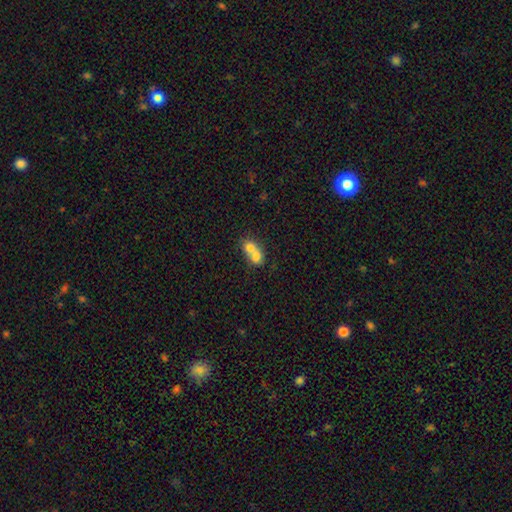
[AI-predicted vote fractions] This is likely a smooth galaxy (70%). How rounded: possibly round (56%). Merging: likely merger (77%).